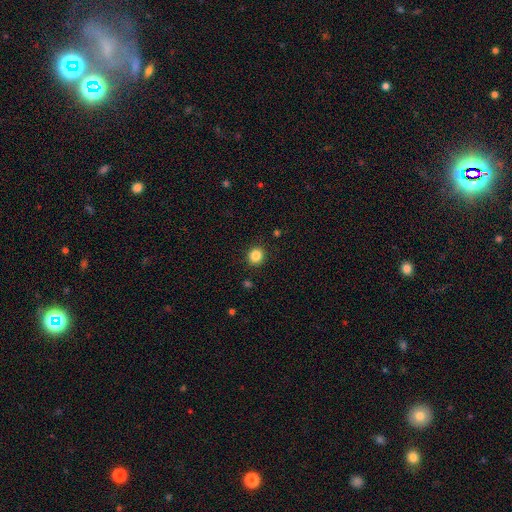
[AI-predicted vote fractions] This appears to be a smooth galaxy with no disk features (85%) that is round (89%). Merging: none (91%).